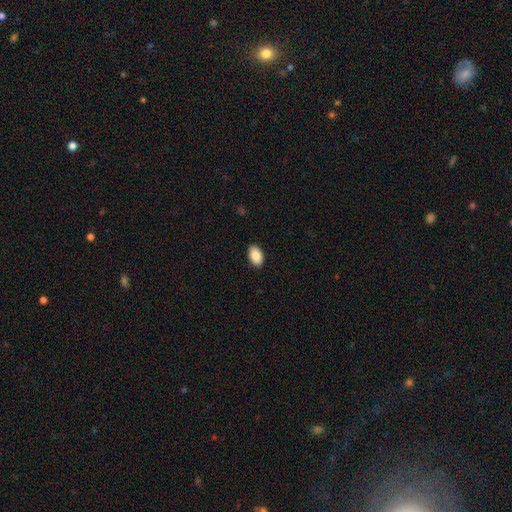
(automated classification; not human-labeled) Smooth or featured?
  - smooth: 89% *
  - star or artifact: 7%
  - featured or disk: 4%
How rounded?
  - in between: 93% *
  - round: 6%
  - cigar-shaped: 1%
Merging?
  - none: 90% *
  - minor disturbance: 8%
  - major disturbance: 2%
  - merger: 1%